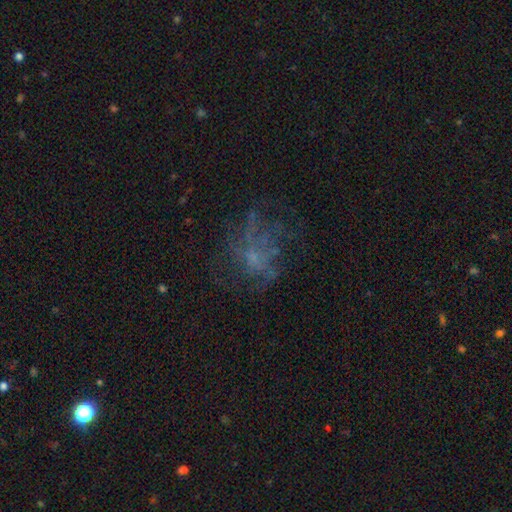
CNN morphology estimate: Smooth or featured: featured or disk — 50% (star or artifact — 26%)
Edge-on disk: no — 97% (yes — 3%)
Merging: none — 53% (major disturbance — 28%)